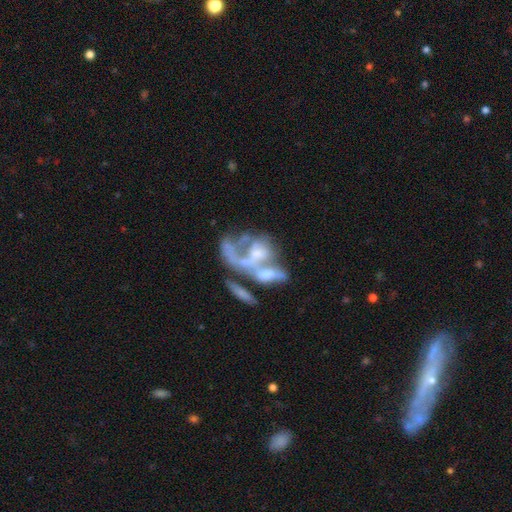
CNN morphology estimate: smooth-or-featured: featured or disk: 67% | smooth: 21% | star or artifact: 12%
  disk-edge-on: no: 95% | yes: 5%
    bar: no: 79% | weak: 15% | strong: 6%
    has-spiral-arms: no: 64% | yes: 36%
    bulge-size: none: 37% | moderate: 30% | small: 24% | large: 7% | dominant: 2%
  merging: merger: 54% | major disturbance: 25% | none: 13% | minor disturbance: 8%